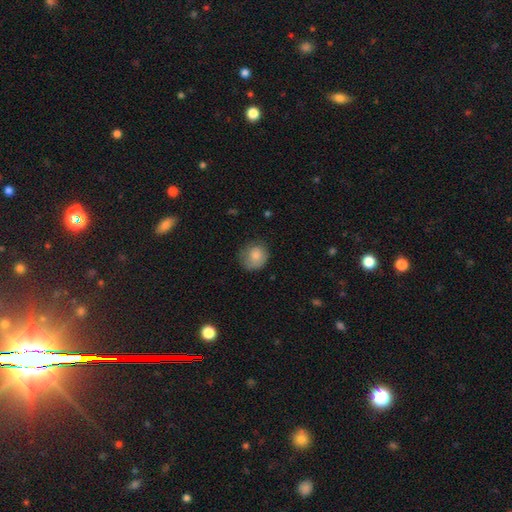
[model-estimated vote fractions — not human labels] This appears to be a smooth galaxy with no disk features (81%) that is round (77%). Merging: none (63%).